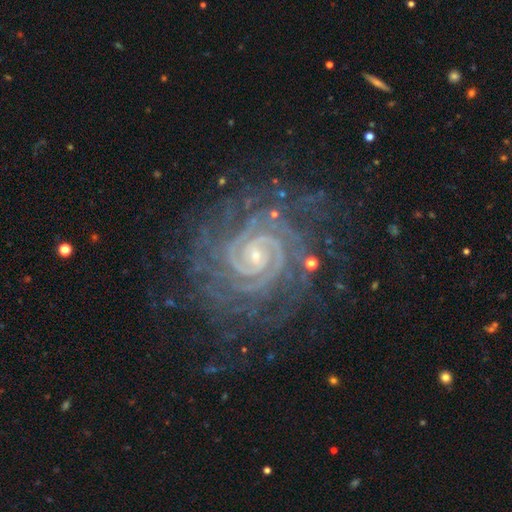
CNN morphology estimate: type=featured or disk (91%); edge-on=no (98%); bar=no (47%); spiral arms=yes (99%); winding=tight (84%); arm count=2 (61%); bulge=small (79%); merging=none (78%).